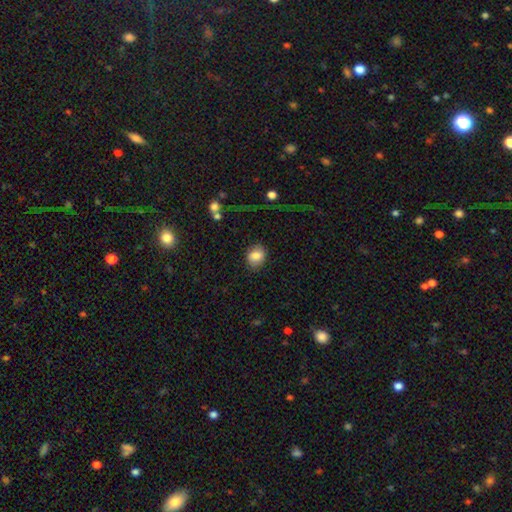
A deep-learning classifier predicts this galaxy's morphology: Smooth or featured? Predicted: smooth (p=0.81). How rounded? Predicted: round (p=0.53). Merging? Predicted: none (p=0.84).